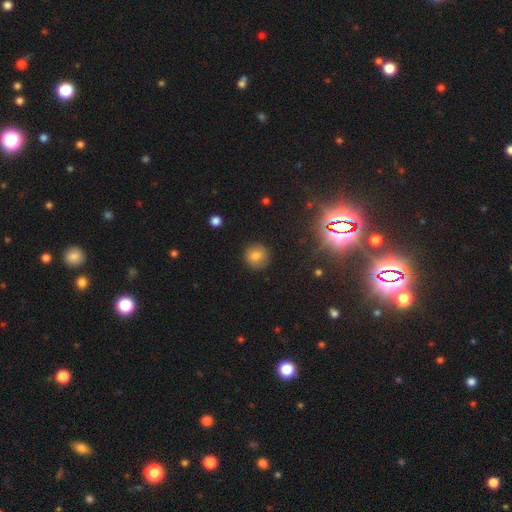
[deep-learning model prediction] smooth_or_featured: smooth (p=0.77) [alt: star or artifact p=0.13]
how_rounded: round (p=0.91) [alt: in between p=0.08]
merging: none (p=0.87) [alt: minor disturbance p=0.09]